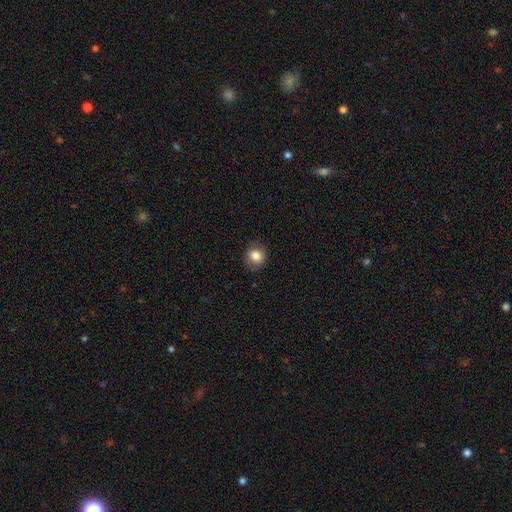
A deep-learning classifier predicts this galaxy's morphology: This is clearly a smooth galaxy (83%). How rounded: likely round (74%). Merging: clearly none (83%).